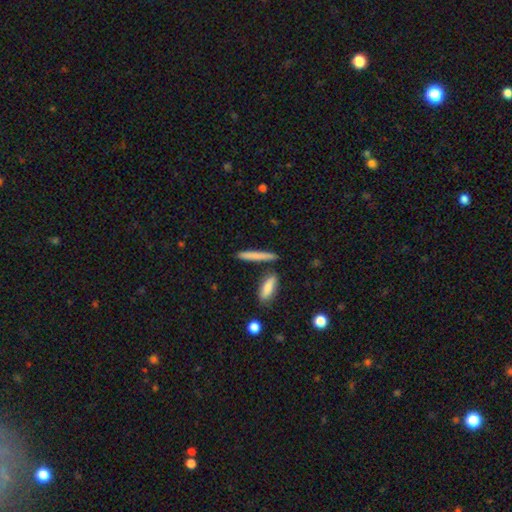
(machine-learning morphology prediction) smooth_or_featured: smooth (p=0.73) [alt: featured or disk p=0.21]
how_rounded: cigar-shaped (p=0.92) [alt: in between p=0.06]
merging: none (p=0.80) [alt: minor disturbance p=0.09]